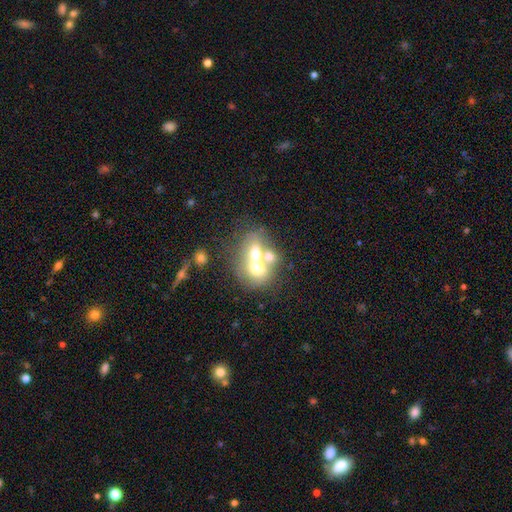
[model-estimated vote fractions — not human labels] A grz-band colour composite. It shows a smooth galaxy with no disk features (51%) that is round (54%). Merging: merger (68%).